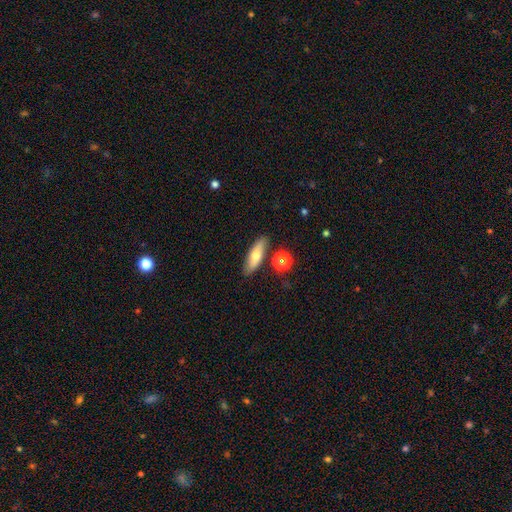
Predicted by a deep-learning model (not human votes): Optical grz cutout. It shows a smooth galaxy with no disk features (64%) that is in between round and cigar-shaped (48%). Merging: none (82%).